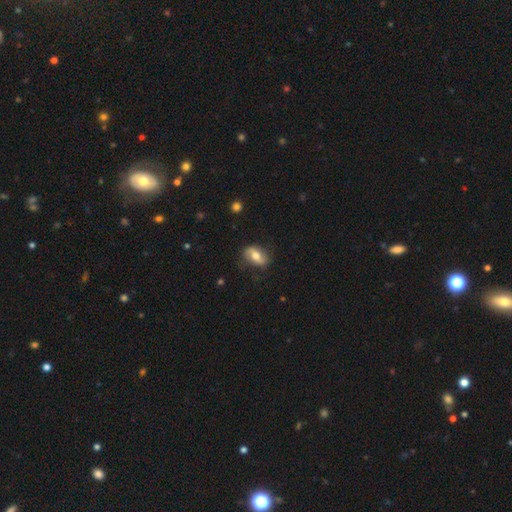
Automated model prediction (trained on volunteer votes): Smooth or featured? smooth (51%)
How rounded? in between (83%)
Merging? none (72%)